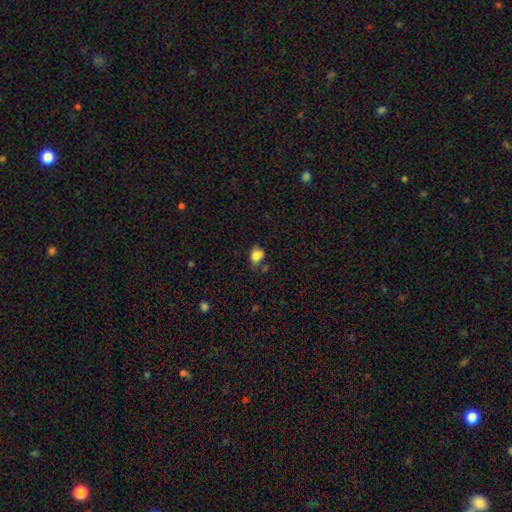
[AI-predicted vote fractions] A smooth galaxy with no disk features (79%) that is in between round and cigar-shaped (64%).

Vote fractions:
- Smooth or featured? smooth: 79% / star or artifact: 11% / featured or disk: 10%
- How rounded? in between: 64% / round: 35% / cigar-shaped: 2%
- Merging? none: 45% / minor disturbance: 32% / major disturbance: 12% / merger: 10%